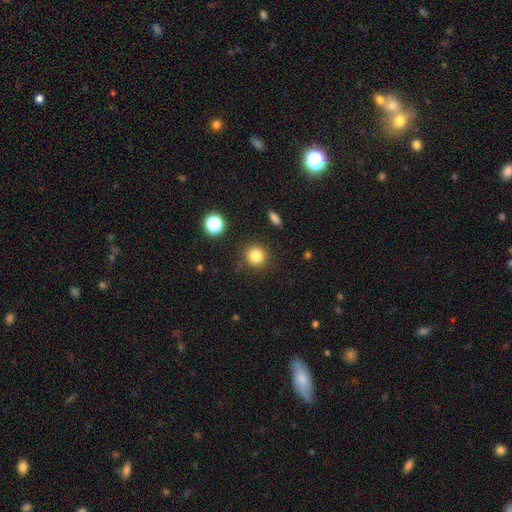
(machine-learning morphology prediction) This appears to be a smooth galaxy with no disk features (82%) that is round (92%). Merging: none (87%).